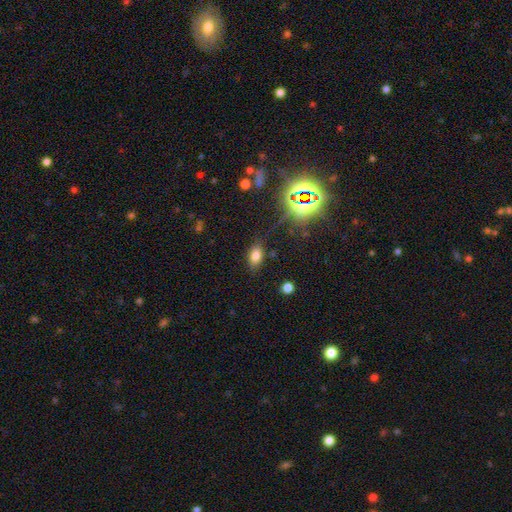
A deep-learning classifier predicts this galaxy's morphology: Smooth or featured?
  - smooth: 72% *
  - star or artifact: 19%
  - featured or disk: 10%
How rounded?
  - in between: 86% *
  - round: 10%
  - cigar-shaped: 4%
Merging?
  - none: 79% *
  - minor disturbance: 13%
  - major disturbance: 4%
  - merger: 3%